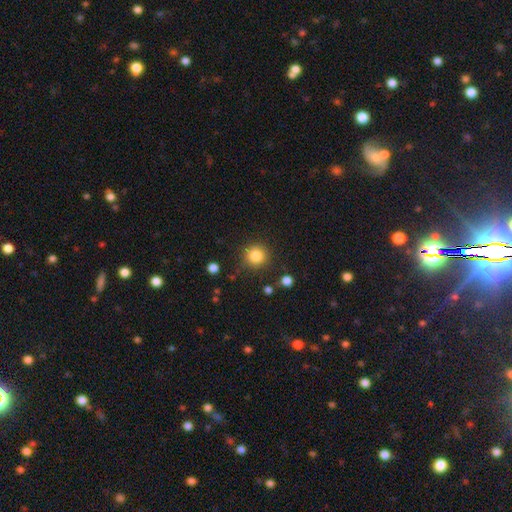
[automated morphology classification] type=smooth (84%); roundness=round (93%); merging=none (86%).